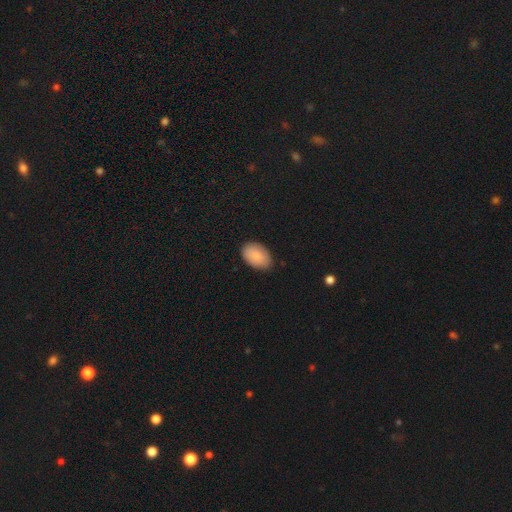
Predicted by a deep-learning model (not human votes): This appears to be a smooth galaxy with no disk features (88%) that is in between round and cigar-shaped (90%). Merging: none (84%).